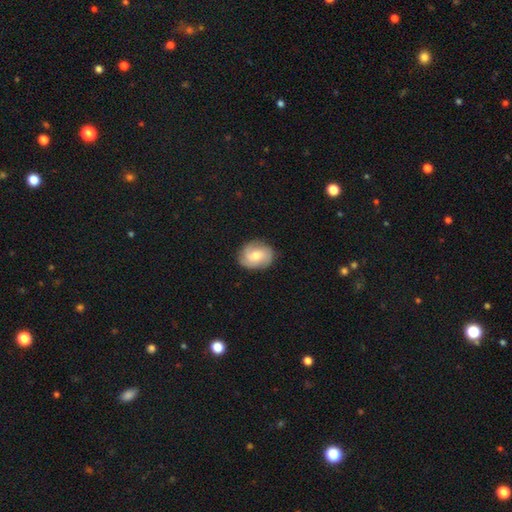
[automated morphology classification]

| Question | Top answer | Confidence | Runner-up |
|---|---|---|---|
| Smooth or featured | featured or disk | 55% | smooth (38%) |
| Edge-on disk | no | 97% | yes (3%) |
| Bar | no | 64% | weak (31%) |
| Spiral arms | yes | 88% | no (12%) |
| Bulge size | moderate | 63% | small (28%) |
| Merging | none | 80% | minor disturbance (15%) |